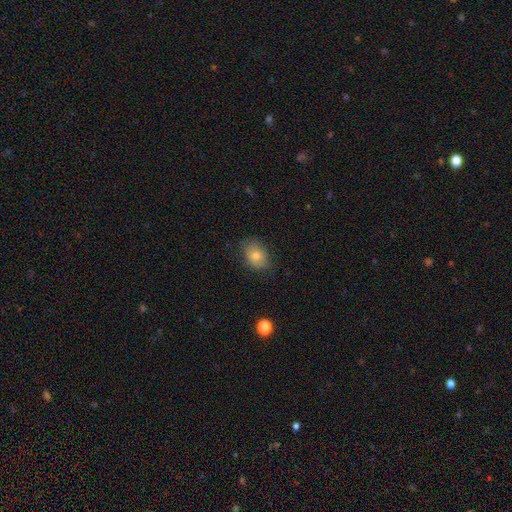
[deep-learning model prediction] Smooth or featured? Predicted: smooth (p=0.79). How rounded? Predicted: in between (p=0.72). Merging? Predicted: none (p=0.74).